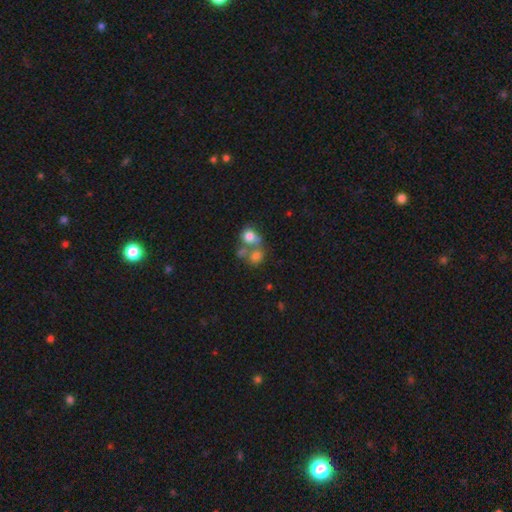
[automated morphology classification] The model was most divided on "merging": merger: 53%, none: 30%, minor disturbance: 9%, major disturbance: 8%. More confident: smooth or featured — smooth (71%); how rounded — round (62%).